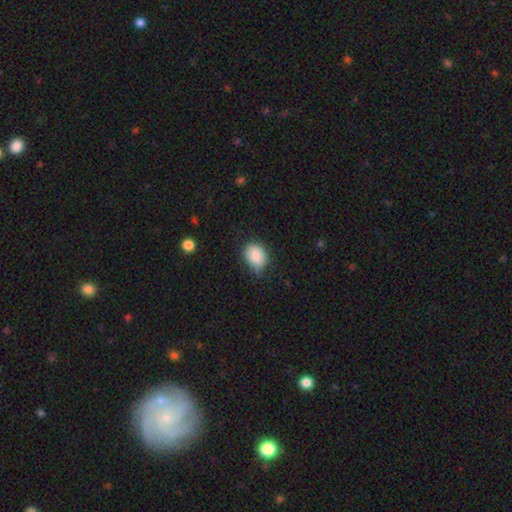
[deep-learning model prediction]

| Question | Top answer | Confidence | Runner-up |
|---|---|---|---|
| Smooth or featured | smooth | 85% | star or artifact (8%) |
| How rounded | round | 51% | in between (48%) |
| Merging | none | 55% | minor disturbance (36%) |